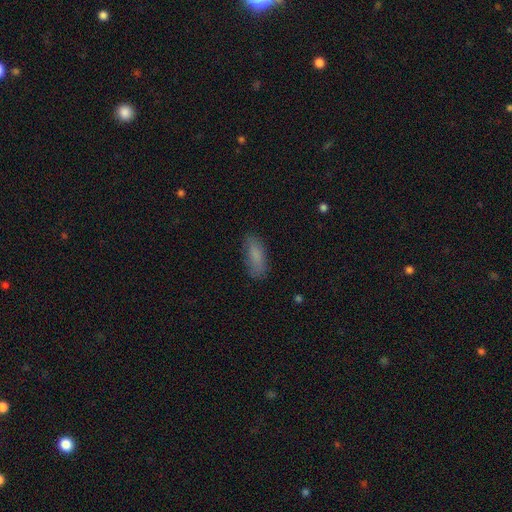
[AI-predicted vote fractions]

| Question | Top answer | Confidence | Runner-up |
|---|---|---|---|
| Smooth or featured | smooth | 83% | featured or disk (10%) |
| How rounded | in between | 72% | cigar-shaped (26%) |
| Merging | none | 78% | minor disturbance (17%) |